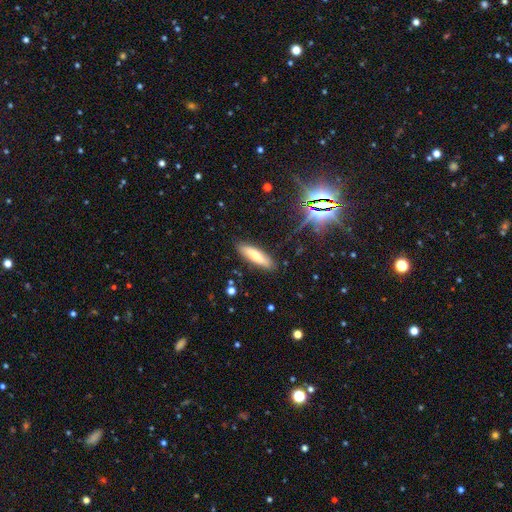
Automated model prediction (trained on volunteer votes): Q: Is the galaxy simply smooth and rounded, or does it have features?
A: smooth — 64%.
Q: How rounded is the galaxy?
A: cigar-shaped — 62%.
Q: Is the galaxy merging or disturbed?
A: none — 86%.